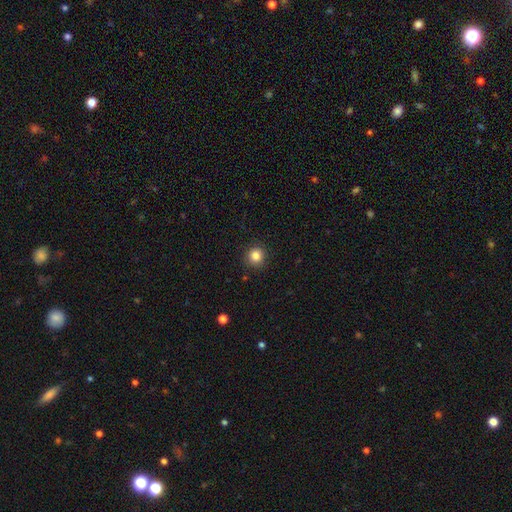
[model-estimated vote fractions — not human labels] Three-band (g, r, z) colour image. It shows a smooth galaxy with no disk features (84%) that is round (92%). Merging: none (90%).